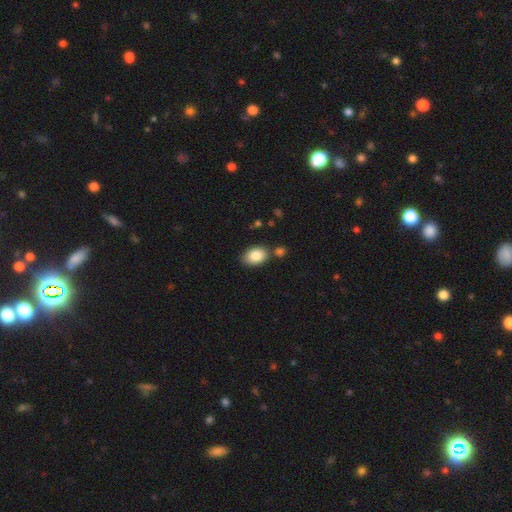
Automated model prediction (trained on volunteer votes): A smooth galaxy with no disk features (84%) that is in between round and cigar-shaped (81%). Merging: none (73%).